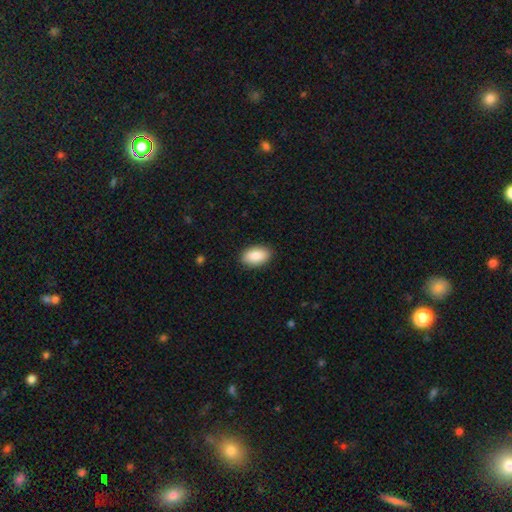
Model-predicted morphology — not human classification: The model was most divided on "merging": none: 89%, minor disturbance: 8%, major disturbance: 2%, merger: 1%. More confident: how rounded — in between (94%); smooth or featured — smooth (89%).